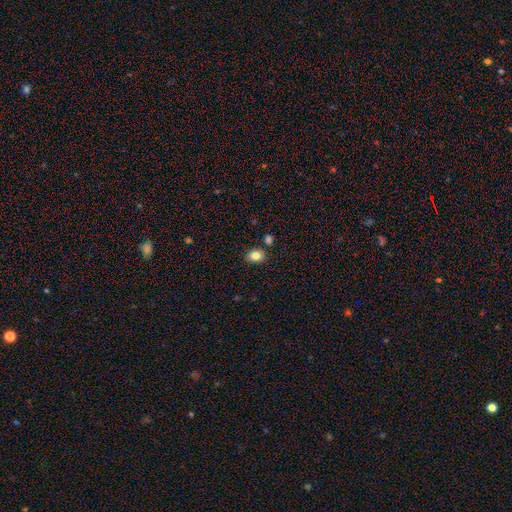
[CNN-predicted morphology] This appears to be a smooth galaxy with no disk features (84%) that is in between round and cigar-shaped (64%). Merging: none (81%).